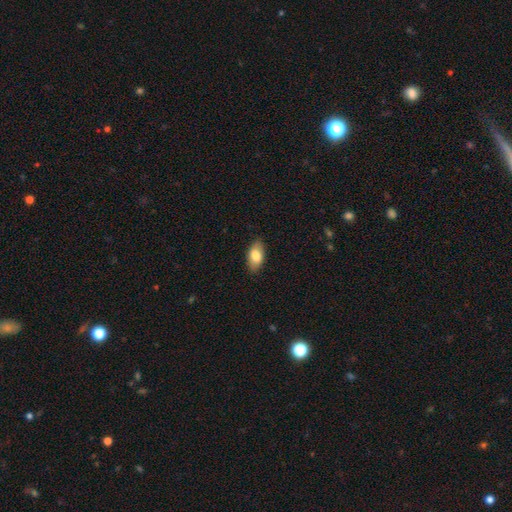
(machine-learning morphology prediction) A smooth galaxy with no disk features (80%) that is in between round and cigar-shaped (91%).

Vote fractions:
- Smooth or featured? smooth: 80% / featured or disk: 13% / star or artifact: 7%
- How rounded? in between: 91% / round: 5% / cigar-shaped: 4%
- Merging? none: 86% / minor disturbance: 11% / major disturbance: 2% / merger: 1%